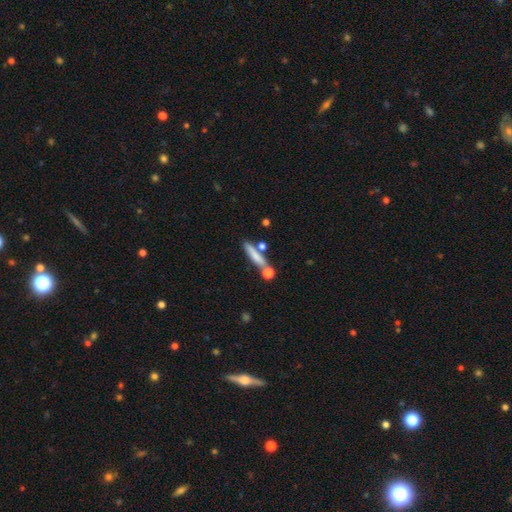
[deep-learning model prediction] This is likely a smooth galaxy (73%). How rounded: clearly cigar-shaped (80%). Merging: likely none (66%).